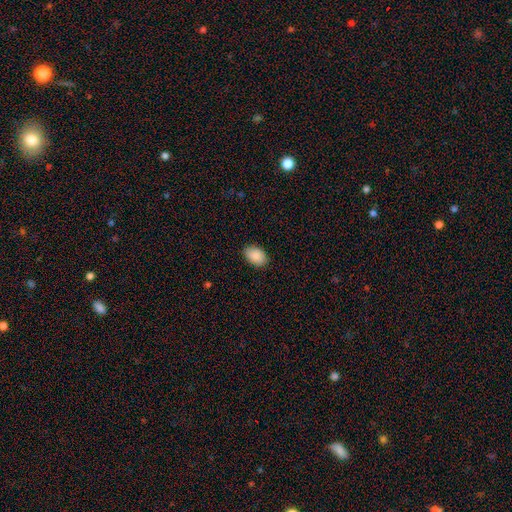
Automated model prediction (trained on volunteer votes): Smooth or featured? Predicted: smooth (p=0.88). How rounded? Predicted: in between (p=0.87). Merging? Predicted: none (p=0.85).